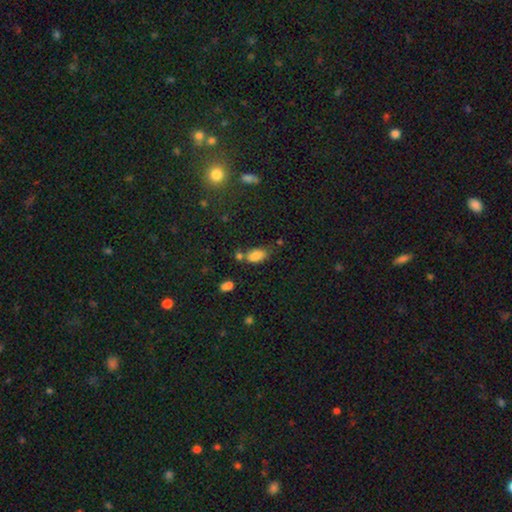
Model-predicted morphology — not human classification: Smooth or featured? smooth (83%)
How rounded? in between (90%)
Merging? none (51%)